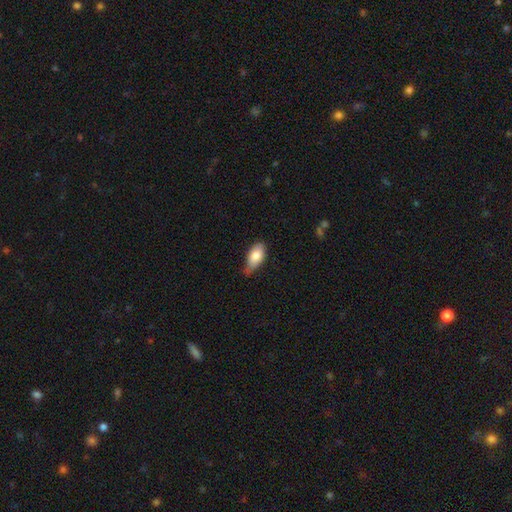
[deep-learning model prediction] The model was most divided on "merging": minor disturbance: 45%, none: 44%, major disturbance: 8%, merger: 2%. More confident: how rounded — in between (89%); smooth or featured — smooth (80%).